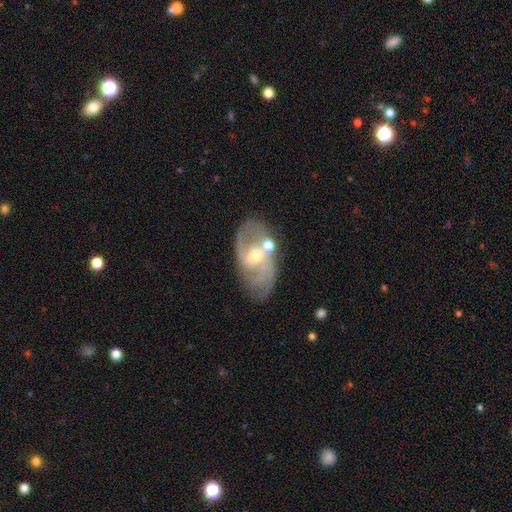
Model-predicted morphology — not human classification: This appears to be a featured or disk galaxy (82%) with a weak bar (46%), 2 (49%) medium (48%) spiral arms (92%) and a moderate central bulge (51%). Merging: none (64%).